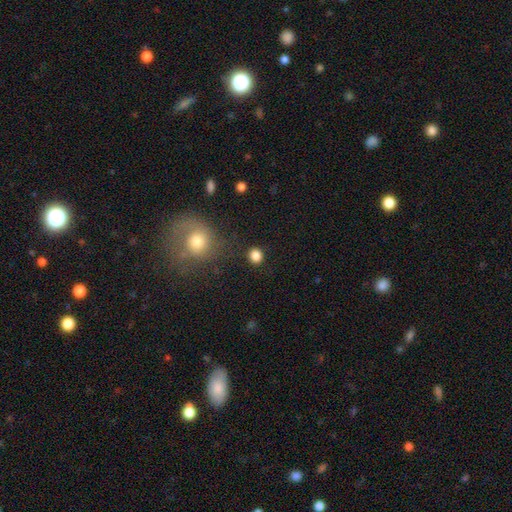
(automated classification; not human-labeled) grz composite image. It shows a smooth galaxy with no disk features (85%) that is round (84%). Merging: none (87%).